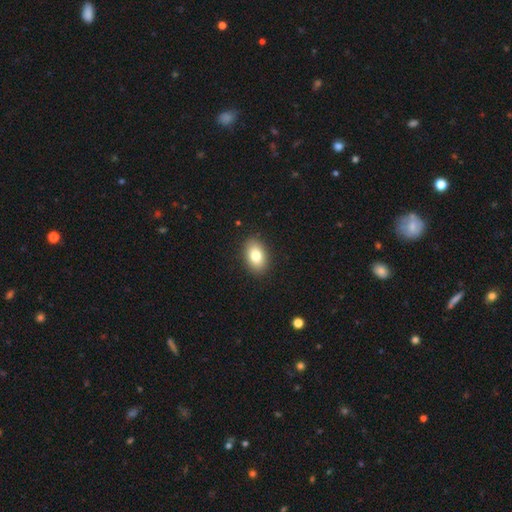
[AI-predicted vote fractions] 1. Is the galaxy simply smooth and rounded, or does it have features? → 80% smooth, 12% featured or disk, 8% star or artifact.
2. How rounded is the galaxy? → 86% in between, 13% round, 1% cigar-shaped.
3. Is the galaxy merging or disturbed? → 89% none, 8% minor disturbance, 2% major disturbance, 1% merger.